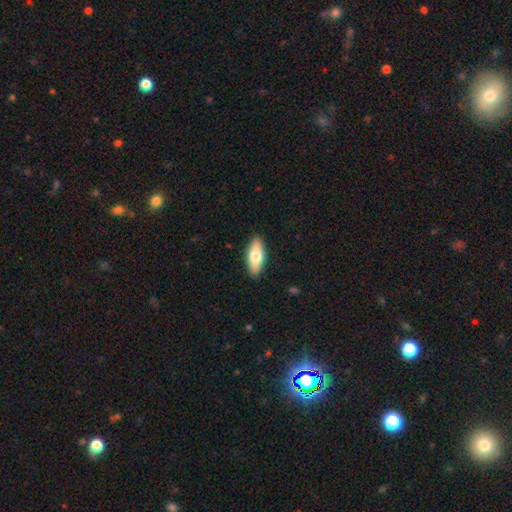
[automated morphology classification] Q: Smooth or featured?
A: smooth (70%); runner-up: featured or disk (24%)
Q: How rounded?
A: in between (80%); runner-up: cigar-shaped (18%)
Q: Merging?
A: none (89%); runner-up: minor disturbance (8%)